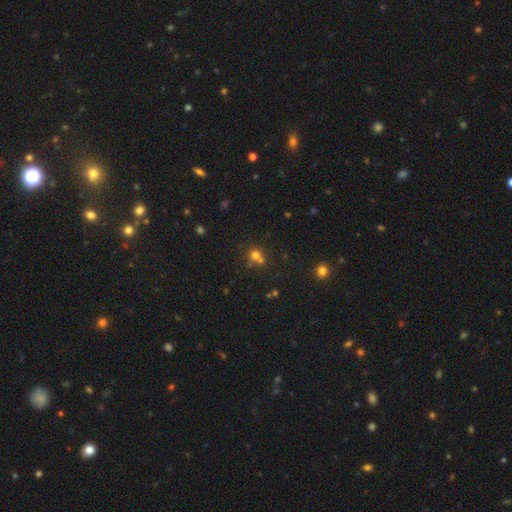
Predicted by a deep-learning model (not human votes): This appears to be a smooth galaxy with no disk features (68%) that is round (85%). Merging: none (52%).